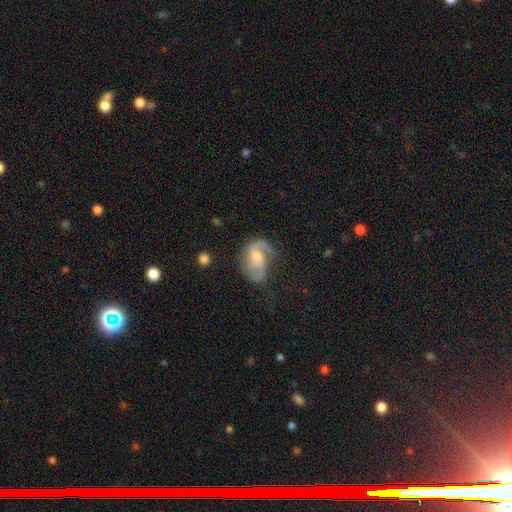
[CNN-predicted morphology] This appears to be a featured or disk galaxy (74%) with no bar (46%), 2 (69%) medium (45%) spiral arms (93%) and a moderate central bulge (47%). Merging: none (55%).